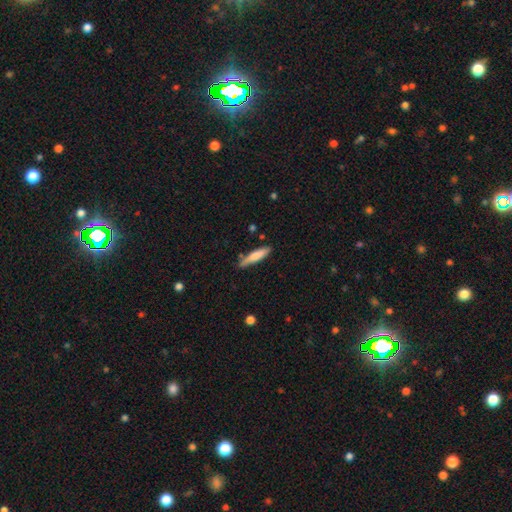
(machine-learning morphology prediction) The model was most divided on "smooth or featured": smooth: 75%, featured or disk: 19%, star or artifact: 5%. More confident: how rounded — cigar-shaped (83%); merging — none (76%).